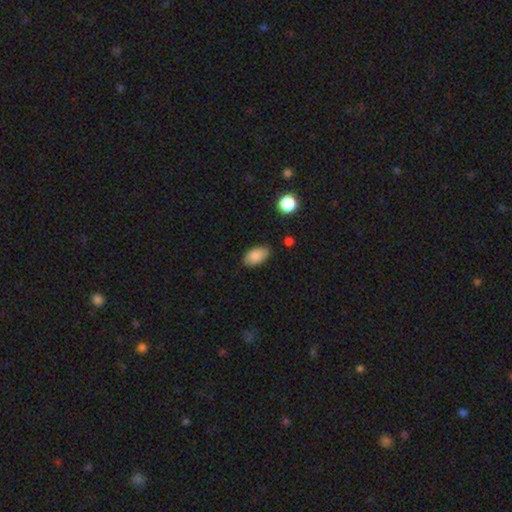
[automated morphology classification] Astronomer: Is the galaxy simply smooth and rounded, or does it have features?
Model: smooth — 87%.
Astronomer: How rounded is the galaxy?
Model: in between — 93%.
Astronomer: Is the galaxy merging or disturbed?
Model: none — 82%.